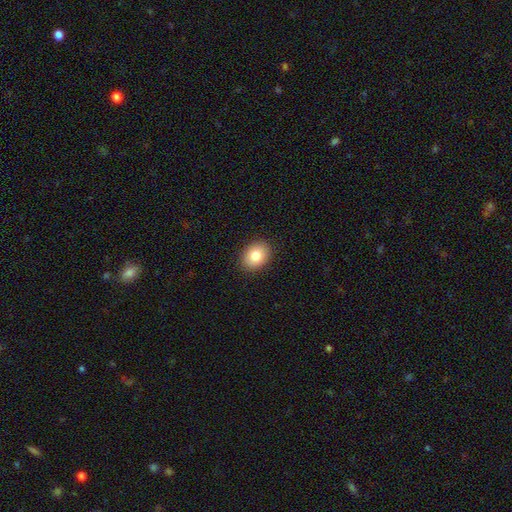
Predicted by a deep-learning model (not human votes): Morphology: type=smooth (83%); roundness=in between (64%); merging=none (90%).